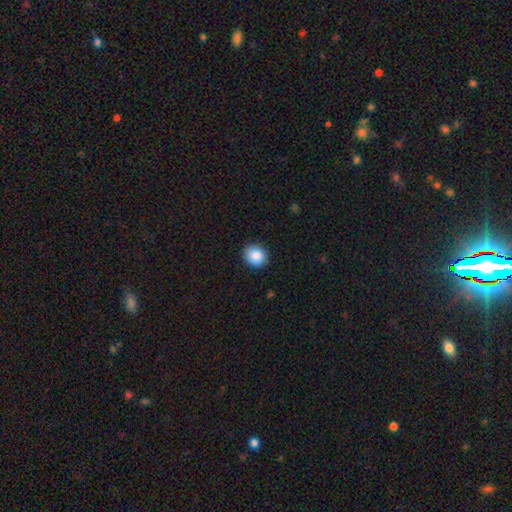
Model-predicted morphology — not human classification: Smooth or featured?
  - smooth: 88% *
  - star or artifact: 8%
  - featured or disk: 4%
How rounded?
  - round: 67% *
  - in between: 33%
  - cigar-shaped: 1%
Merging?
  - none: 89% *
  - minor disturbance: 8%
  - major disturbance: 2%
  - merger: 1%